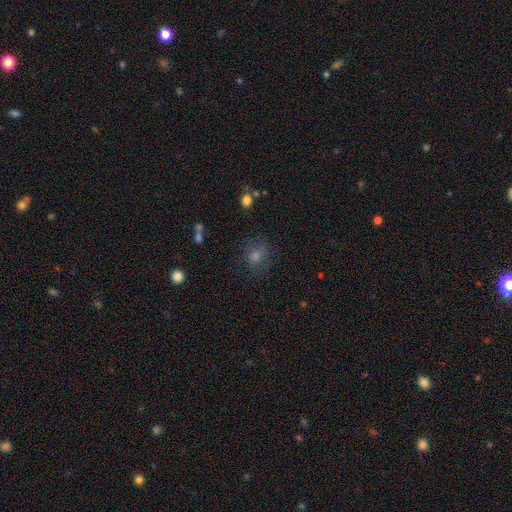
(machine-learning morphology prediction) Overall: smooth (61%; star or artifact 25%). How rounded: round (77%). Merging: none (79%).